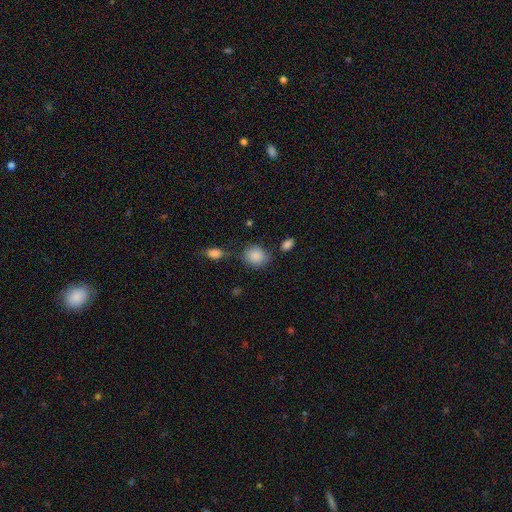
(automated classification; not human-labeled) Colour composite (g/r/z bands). It shows a smooth galaxy with no disk features (87%) that is round (66%). Merging: none (67%).